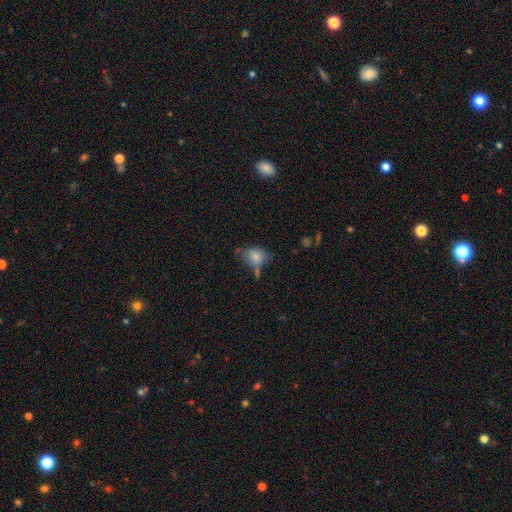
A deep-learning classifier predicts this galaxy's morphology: smooth 76%, featured or disk 14%, star or artifact 10%. Down the decision tree: how rounded — in between (66%); merging — none (47%).